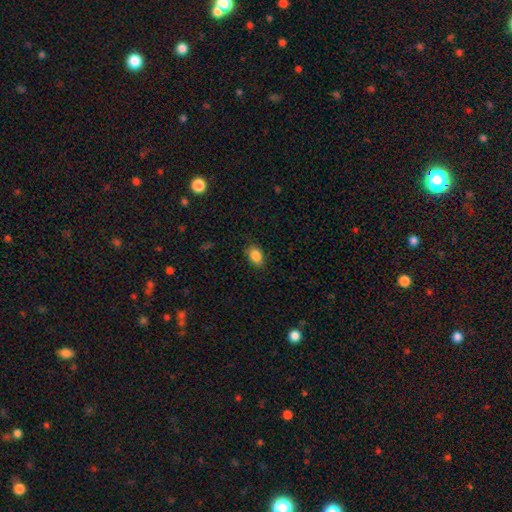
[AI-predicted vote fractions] smooth-or-featured: smooth: 87% | star or artifact: 8% | featured or disk: 5%
  how-rounded: in between: 81% | round: 18% | cigar-shaped: 1%
  merging: none: 80% | minor disturbance: 16% | major disturbance: 3% | merger: 1%